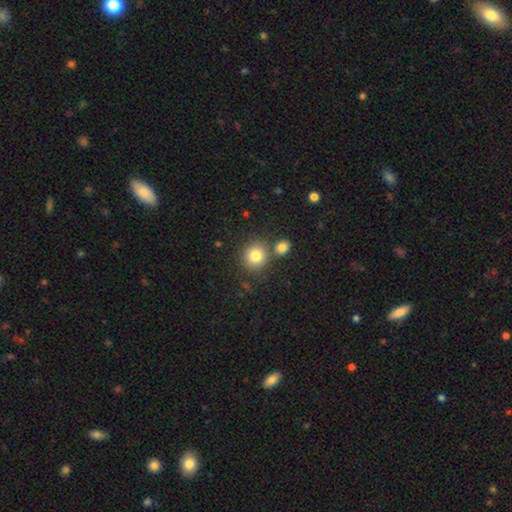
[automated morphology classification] Q: Smooth or featured?
A: smooth (80%); runner-up: star or artifact (11%)
Q: How rounded?
A: round (87%); runner-up: in between (13%)
Q: Merging?
A: none (71%); runner-up: merger (18%)